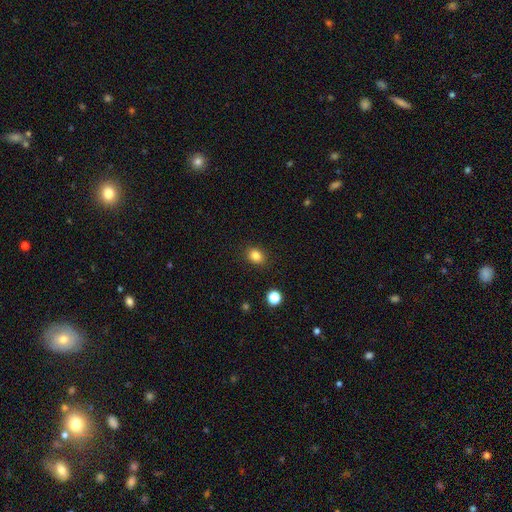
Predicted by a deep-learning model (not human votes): This is clearly a smooth galaxy (83%). How rounded: possibly round (50%). Merging: clearly none (89%).